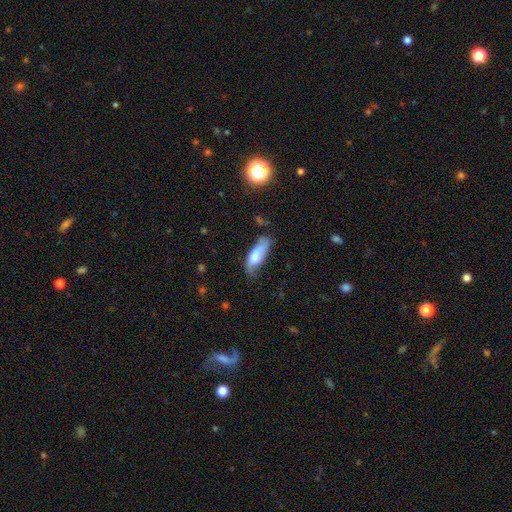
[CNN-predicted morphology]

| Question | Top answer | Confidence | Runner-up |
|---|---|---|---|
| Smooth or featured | smooth | 73% | featured or disk (20%) |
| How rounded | in between | 63% | cigar-shaped (35%) |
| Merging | none | 48% | minor disturbance (34%) |